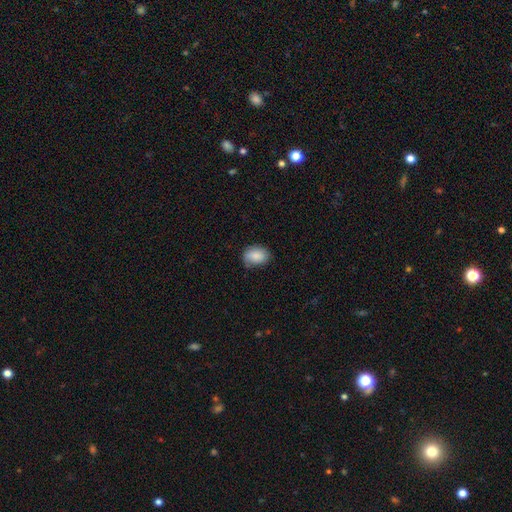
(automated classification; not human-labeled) Smooth or featured?
  - smooth: 85% *
  - featured or disk: 8%
  - star or artifact: 7%
How rounded?
  - in between: 79% *
  - round: 20%
  - cigar-shaped: 1%
Merging?
  - none: 68% *
  - minor disturbance: 26%
  - major disturbance: 5%
  - merger: 1%